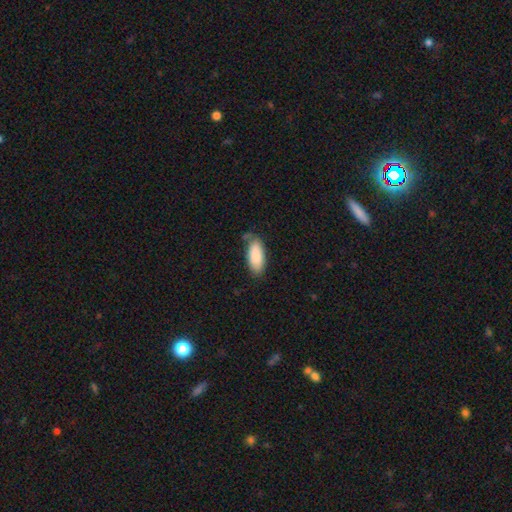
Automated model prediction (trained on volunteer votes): smooth-or-featured: smooth: 87% | featured or disk: 7% | star or artifact: 6%
  how-rounded: in between: 85% | cigar-shaped: 14% | round: 2%
  merging: none: 70% | minor disturbance: 21% | major disturbance: 4% | merger: 4%